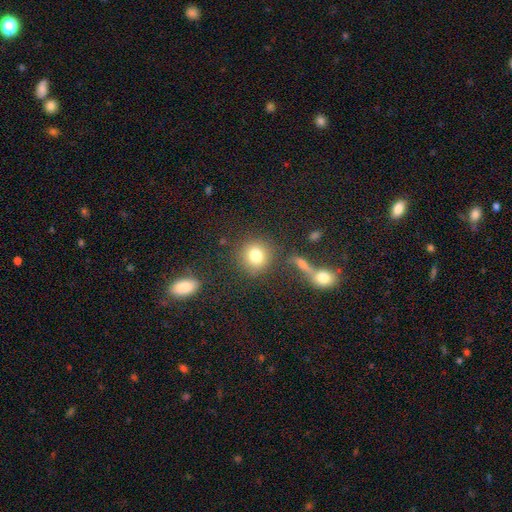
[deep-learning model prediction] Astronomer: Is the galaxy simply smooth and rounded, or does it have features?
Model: smooth — 80%.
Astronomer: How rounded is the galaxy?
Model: round — 86%.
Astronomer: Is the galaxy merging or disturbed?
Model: none — 77%.